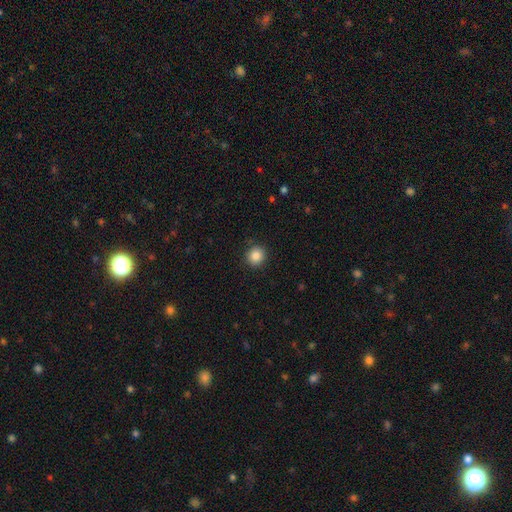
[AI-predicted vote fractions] Smooth or featured? Predicted: smooth (p=0.86). How rounded? Predicted: round (p=0.90). Merging? Predicted: none (p=0.89).